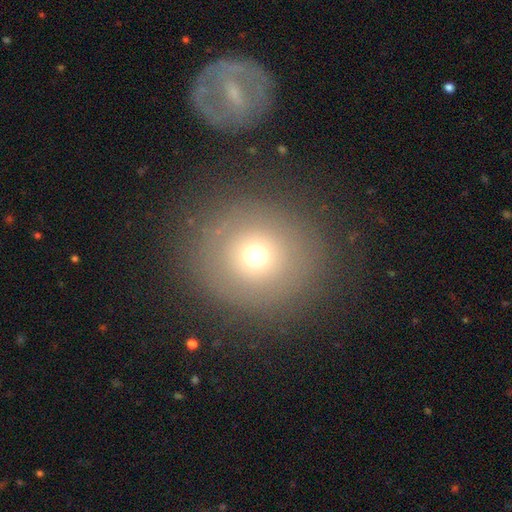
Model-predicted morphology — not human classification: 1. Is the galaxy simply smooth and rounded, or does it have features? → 67% smooth, 18% star or artifact, 15% featured or disk.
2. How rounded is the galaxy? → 92% round, 7% in between, 1% cigar-shaped.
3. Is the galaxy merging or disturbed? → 86% none, 8% minor disturbance, 5% major disturbance, 1% merger.